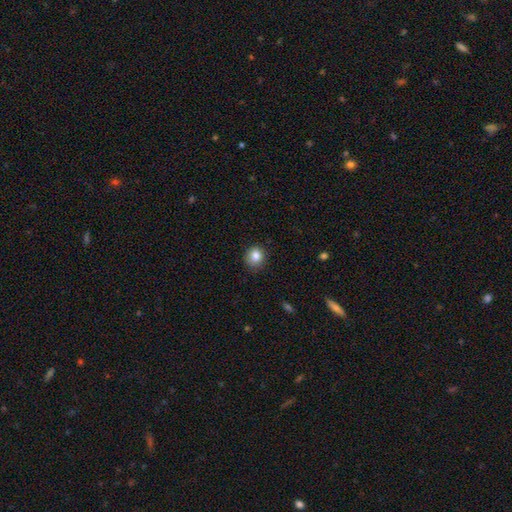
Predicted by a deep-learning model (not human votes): This appears to be a smooth galaxy with no disk features (84%) that is round (83%). Merging: none (85%).